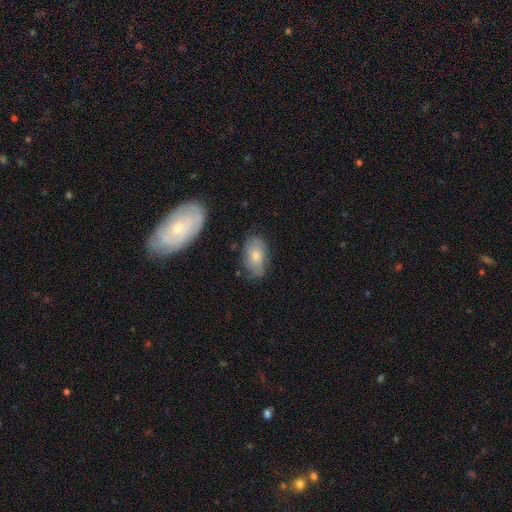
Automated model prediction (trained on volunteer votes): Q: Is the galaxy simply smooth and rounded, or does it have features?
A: smooth — 68%.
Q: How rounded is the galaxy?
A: in between — 91%.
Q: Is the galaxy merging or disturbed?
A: none — 68%.